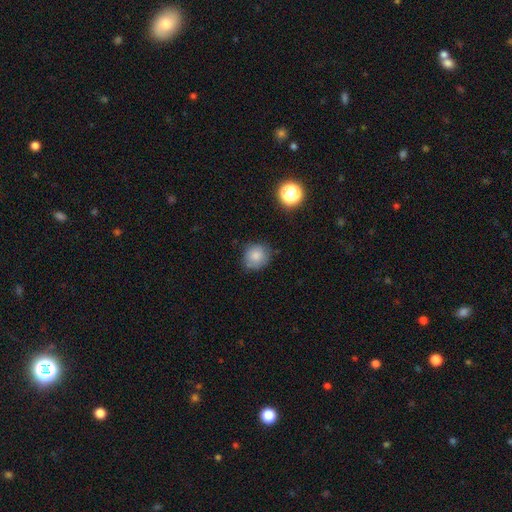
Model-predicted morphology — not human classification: Q: Smooth or featured?
A: smooth (81%); runner-up: star or artifact (10%)
Q: How rounded?
A: round (86%); runner-up: in between (13%)
Q: Merging?
A: none (75%); runner-up: minor disturbance (19%)